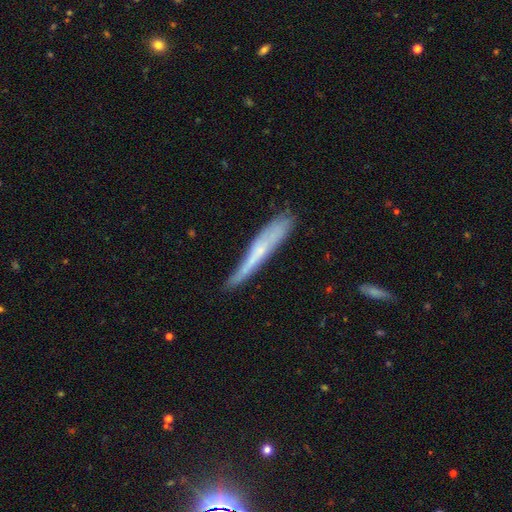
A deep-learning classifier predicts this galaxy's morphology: A smooth galaxy with no disk features (46%, tied with featured or disk). Merging: none (59%).